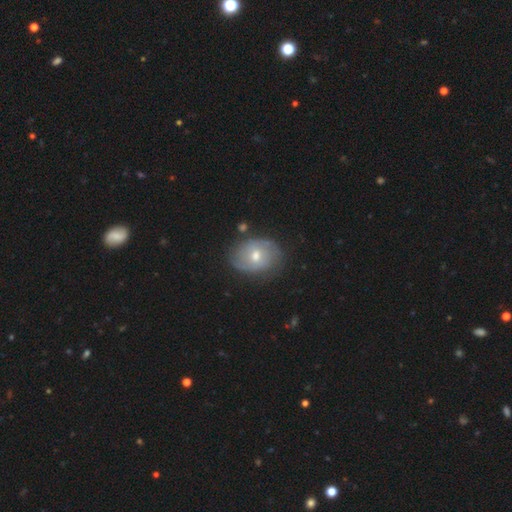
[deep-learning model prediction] Morphology: type=featured or disk (62%); edge-on=no (96%); bar=no (68%); spiral arms=yes (77%); bulge=moderate (72%); merging=none (74%).